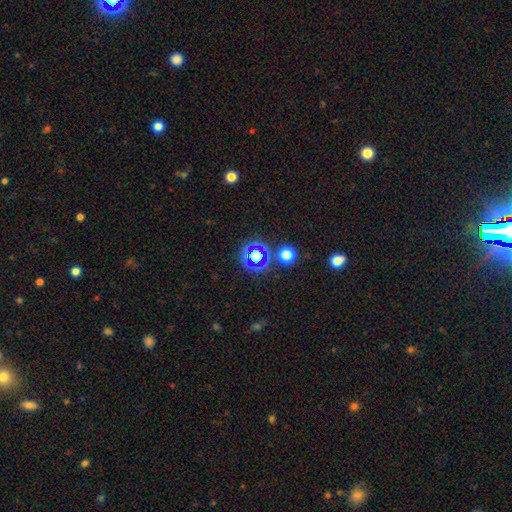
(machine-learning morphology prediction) This is possibly a star or artifact rather than a galaxy (56%).